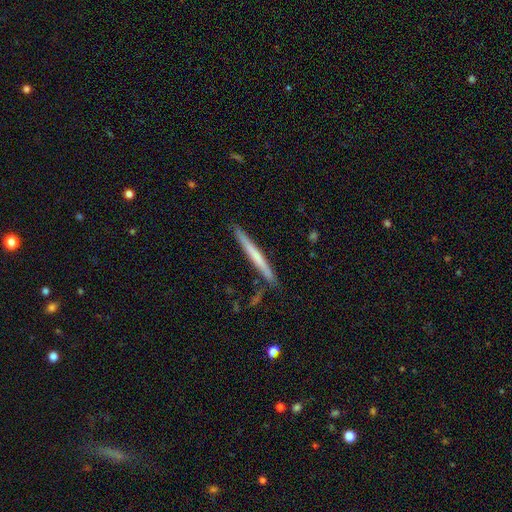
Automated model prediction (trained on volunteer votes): Overall: smooth (52%; featured or disk 42%). How rounded: cigar-shaped (97%). Merging: none (86%).